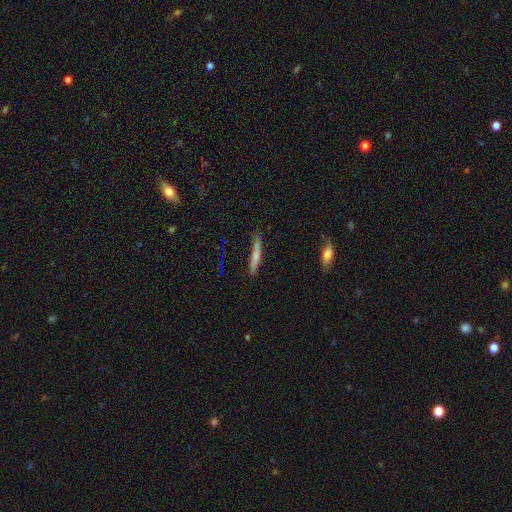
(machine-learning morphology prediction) Q: Smooth or featured?
A: smooth (63%); runner-up: featured or disk (29%)
Q: How rounded?
A: cigar-shaped (92%); runner-up: in between (6%)
Q: Merging?
A: none (73%); runner-up: minor disturbance (20%)